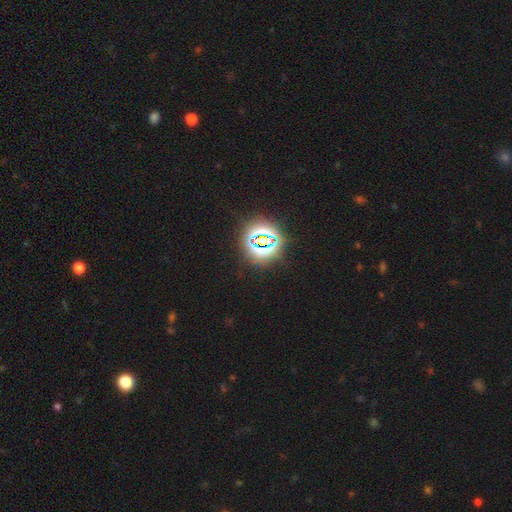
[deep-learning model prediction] Q: Smooth or featured?
A: star or artifact (78%); runner-up: smooth (14%)